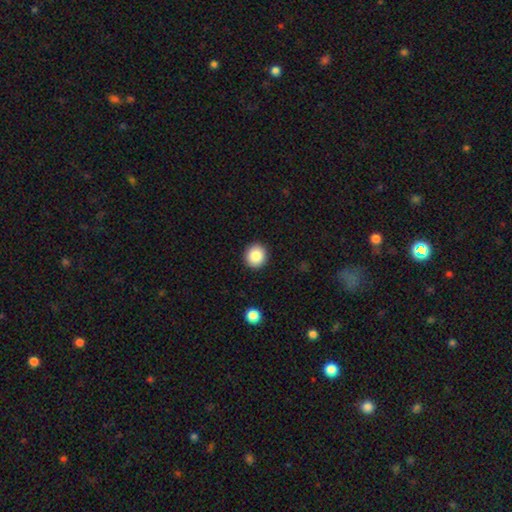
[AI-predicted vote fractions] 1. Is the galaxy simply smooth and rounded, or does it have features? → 85% smooth, 9% star or artifact, 6% featured or disk.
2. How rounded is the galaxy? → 89% round, 10% in between, 1% cigar-shaped.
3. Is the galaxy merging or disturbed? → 92% none, 5% minor disturbance, 2% major disturbance, 1% merger.